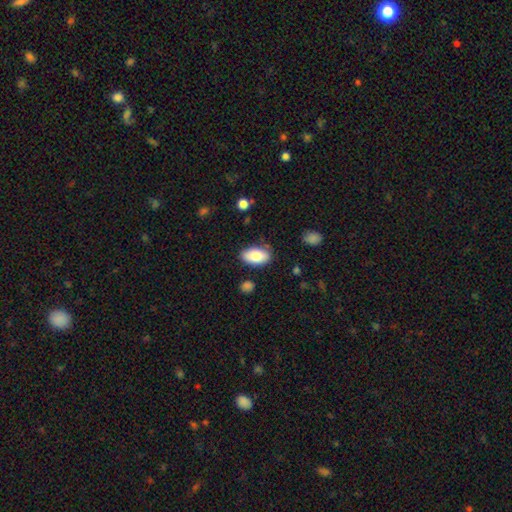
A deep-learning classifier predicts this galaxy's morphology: smooth-or-featured: smooth: 83% | featured or disk: 11% | star or artifact: 6%
  how-rounded: in between: 94% | round: 4% | cigar-shaped: 2%
  merging: none: 81% | minor disturbance: 14% | major disturbance: 3% | merger: 2%